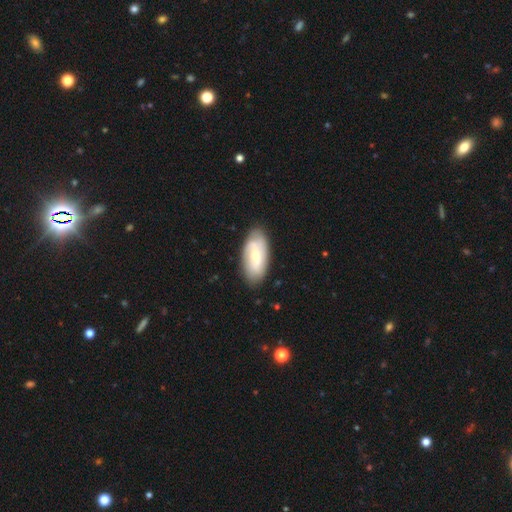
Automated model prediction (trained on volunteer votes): Smooth or featured?
  - featured or disk: 50% *
  - smooth: 45%
  - star or artifact: 6%
Merging?
  - none: 80% *
  - minor disturbance: 15%
  - major disturbance: 3%
  - merger: 1%